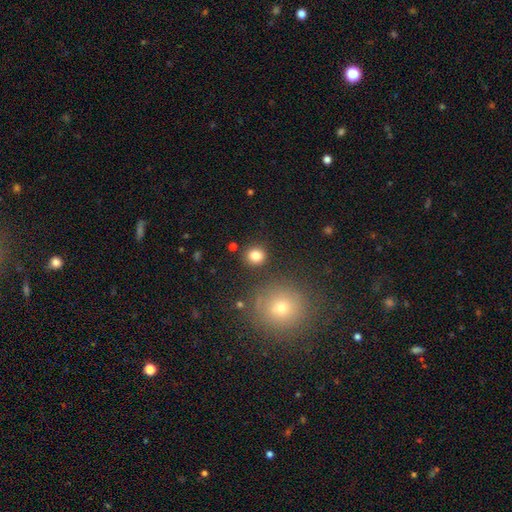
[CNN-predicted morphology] A smooth galaxy with no disk features (83%) that is round (87%). Merging: none (86%).